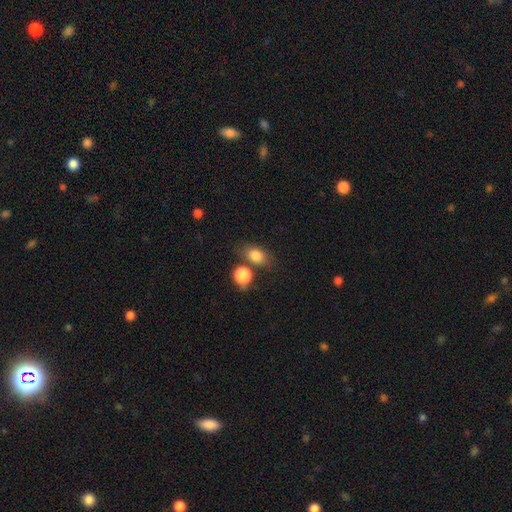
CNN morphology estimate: Q: Smooth or featured?
A: smooth (81%); runner-up: star or artifact (10%)
Q: How rounded?
A: in between (70%); runner-up: round (28%)
Q: Merging?
A: none (62%); runner-up: merger (18%)